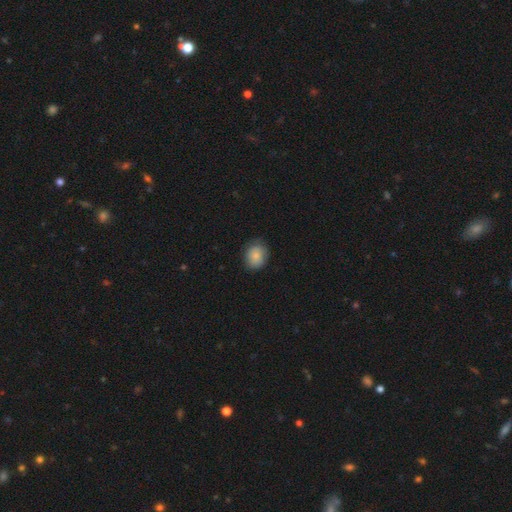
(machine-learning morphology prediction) The model was most divided on "how rounded": round: 59%, in between: 41%, cigar-shaped: 1%. More confident: smooth or featured — smooth (84%); merging — none (77%).